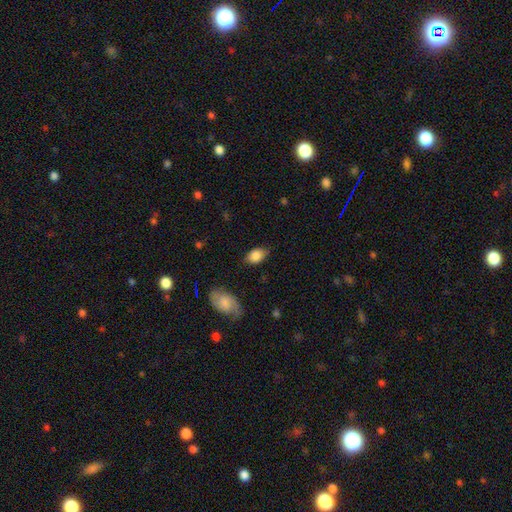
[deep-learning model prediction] Morphology: type=smooth (83%); roundness=in between (88%); merging=none (77%).